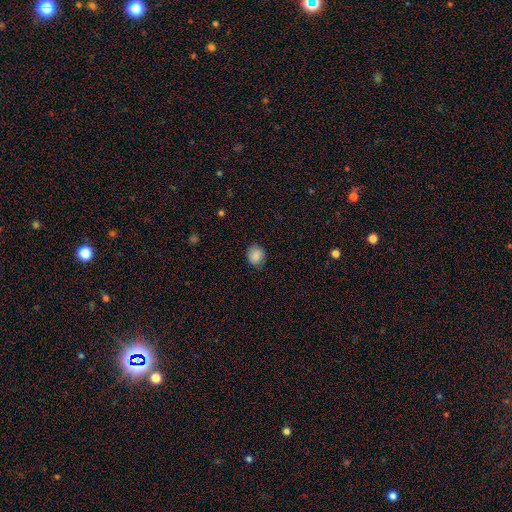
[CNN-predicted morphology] Q: Smooth or featured?
A: smooth (85%); runner-up: star or artifact (9%)
Q: How rounded?
A: round (72%); runner-up: in between (27%)
Q: Merging?
A: none (81%); runner-up: minor disturbance (15%)